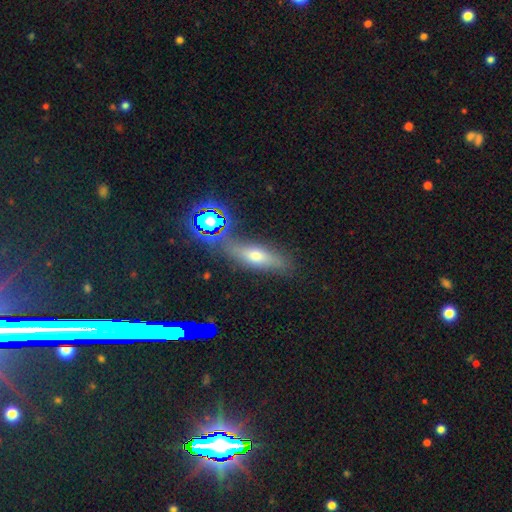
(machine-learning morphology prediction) A smooth galaxy with no disk features (50%) that is cigar-shaped (49%).

Vote fractions:
- Smooth or featured? smooth: 50% / featured or disk: 32% / star or artifact: 18%
- How rounded? cigar-shaped: 49% / in between: 45% / round: 6%
- Merging? none: 72% / minor disturbance: 14% / merger: 8% / major disturbance: 5%